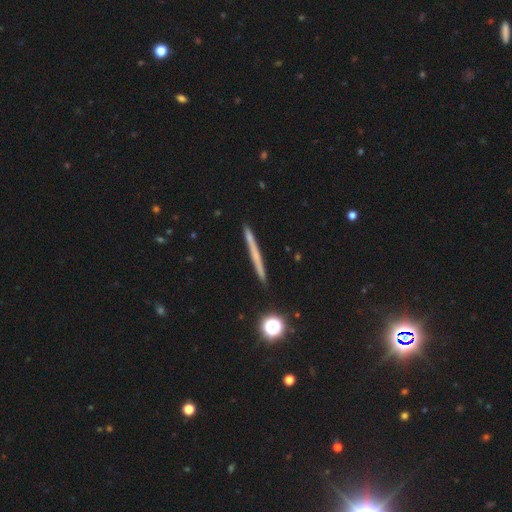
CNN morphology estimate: Overall: smooth (47%; featured or disk 45%). Merging: none (91%).